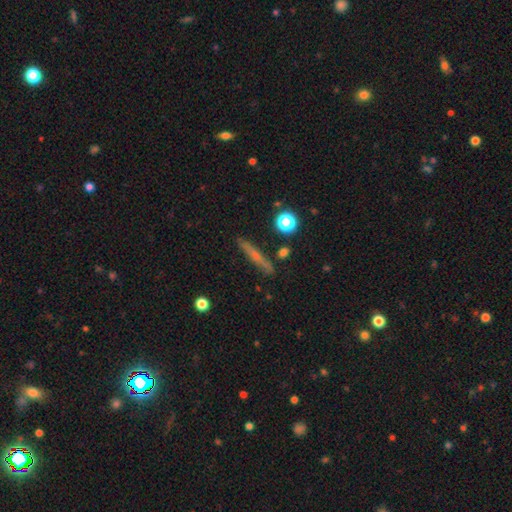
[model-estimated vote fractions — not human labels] The model was most divided on "smooth or featured": smooth: 47%, featured or disk: 43%, star or artifact: 10%. More confident: merging — none (86%).